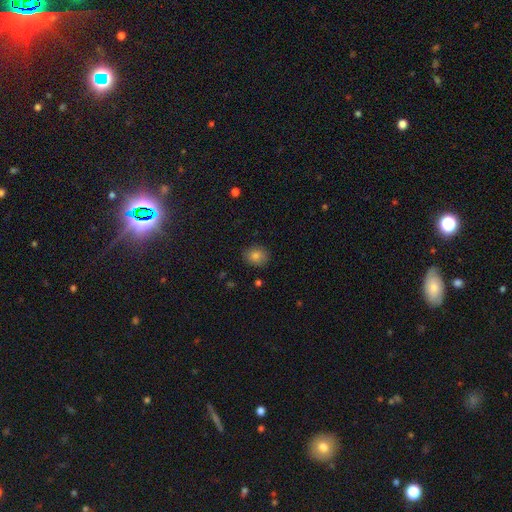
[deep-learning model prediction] A smooth galaxy with no disk features (82%) that is round (62%).

Vote fractions:
- Smooth or featured? smooth: 82% / star or artifact: 10% / featured or disk: 7%
- How rounded? round: 62% / in between: 37% / cigar-shaped: 1%
- Merging? none: 87% / minor disturbance: 10% / major disturbance: 2% / merger: 1%